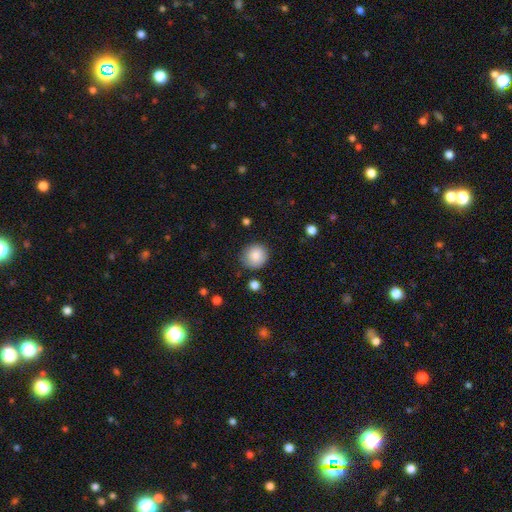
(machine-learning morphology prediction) This is clearly a smooth galaxy (86%). How rounded: clearly round (90%). Merging: clearly none (82%).